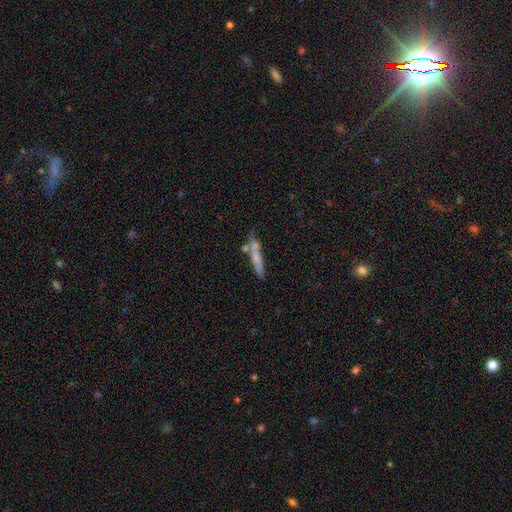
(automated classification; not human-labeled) smooth_or_featured: smooth (p=0.55) [alt: featured or disk p=0.36]
how_rounded: cigar-shaped (p=0.90) [alt: in between p=0.08]
merging: none (p=0.63) [alt: minor disturbance p=0.16]